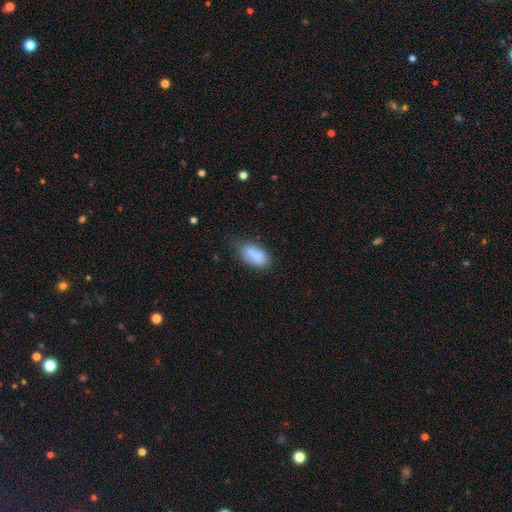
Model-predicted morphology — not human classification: The model was most divided on "merging": none: 62%, minor disturbance: 29%, major disturbance: 7%, merger: 2%. More confident: how rounded — in between (91%); smooth or featured — smooth (85%).